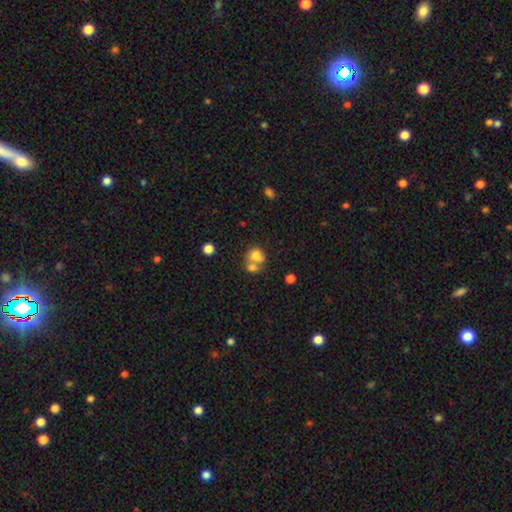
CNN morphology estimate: This appears to be a smooth galaxy with no disk features (73%) that is round (58%). Merging: merger (58%).